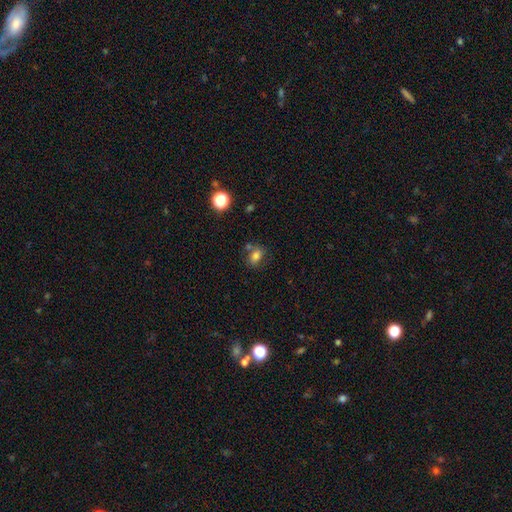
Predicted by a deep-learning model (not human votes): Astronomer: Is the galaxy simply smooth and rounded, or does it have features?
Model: smooth — 76%.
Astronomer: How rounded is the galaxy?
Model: in between — 68%.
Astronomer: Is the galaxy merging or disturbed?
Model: none — 62%.